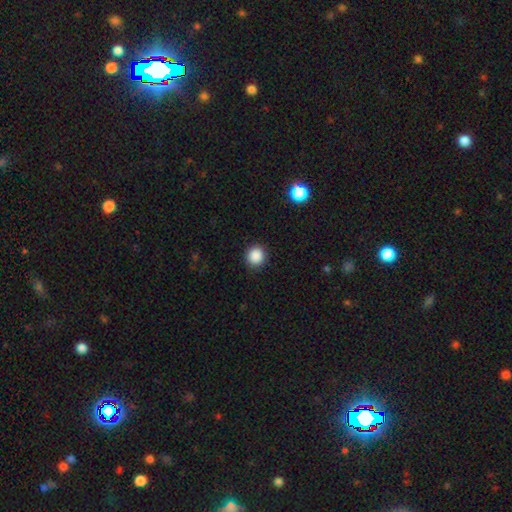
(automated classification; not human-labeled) Q: Smooth or featured?
A: smooth (87%); runner-up: star or artifact (10%)
Q: How rounded?
A: round (92%); runner-up: in between (7%)
Q: Merging?
A: none (91%); runner-up: minor disturbance (6%)